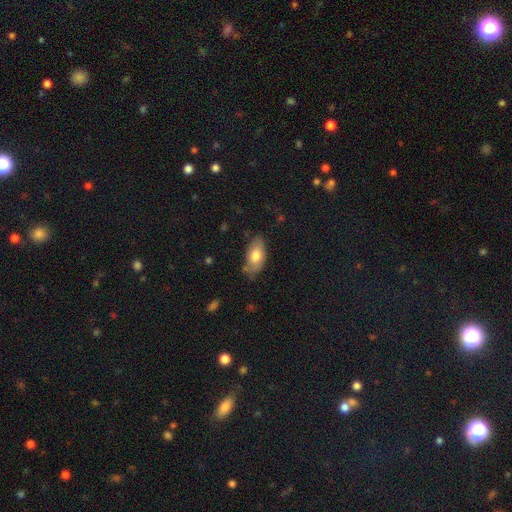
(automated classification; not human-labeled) Smooth or featured: smooth — 73% (featured or disk — 21%)
How rounded: in between — 92% (cigar-shaped — 5%)
Merging: none — 67% (minor disturbance — 25%)